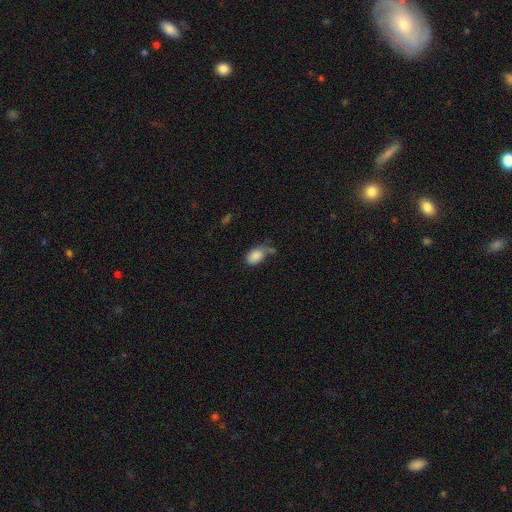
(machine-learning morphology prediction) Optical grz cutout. It shows a smooth galaxy with no disk features (83%) that is in between round and cigar-shaped (87%). Merging: none (39%).